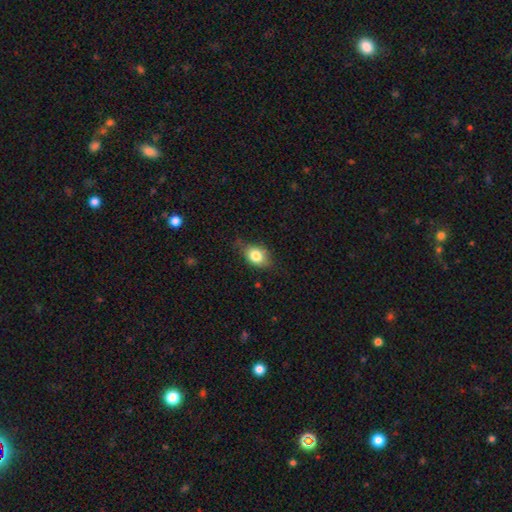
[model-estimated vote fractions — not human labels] The model was most divided on "merging": none: 69%, minor disturbance: 24%, major disturbance: 5%, merger: 2%. More confident: smooth or featured — smooth (80%); how rounded — in between (72%).